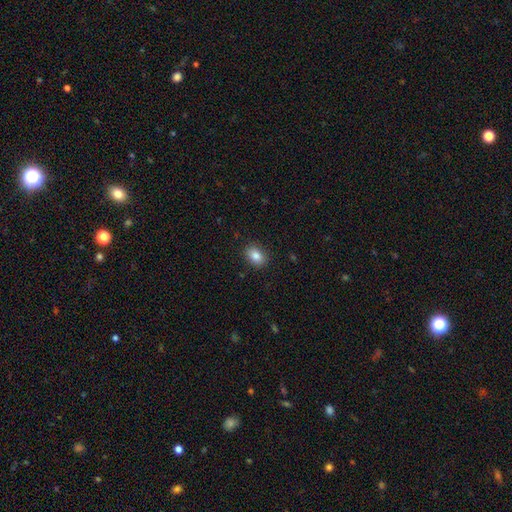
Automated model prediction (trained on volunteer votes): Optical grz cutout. It shows a smooth galaxy with no disk features (85%) that is in between round and cigar-shaped (75%). Merging: none (88%).